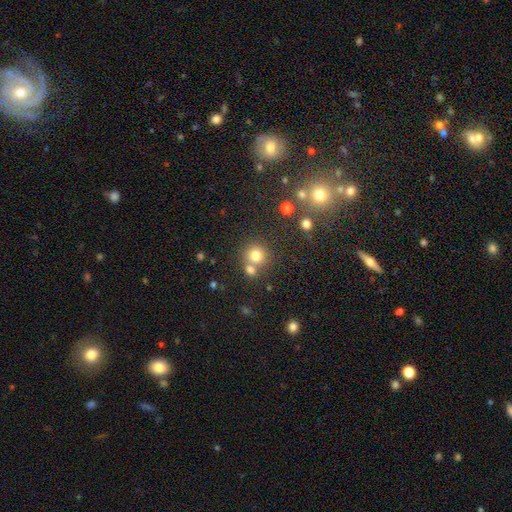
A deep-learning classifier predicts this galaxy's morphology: A smooth galaxy with no disk features (76%) that is round (89%). Merging: none (60%).